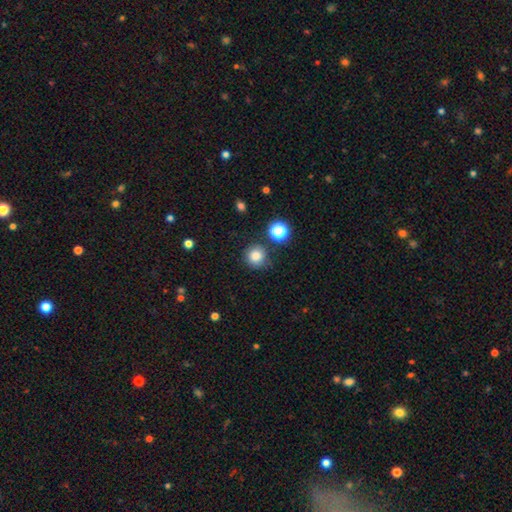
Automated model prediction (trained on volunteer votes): smooth_or_featured: smooth (p=0.82) [alt: star or artifact p=0.13]
how_rounded: round (p=0.93) [alt: in between p=0.06]
merging: none (p=0.82) [alt: minor disturbance p=0.10]